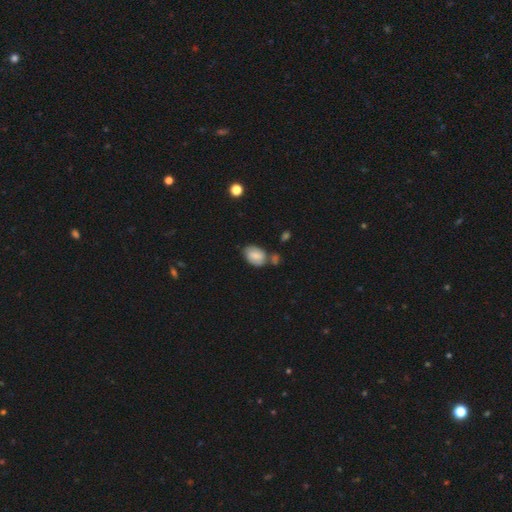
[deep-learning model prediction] smooth 64%, featured or disk 27%, star or artifact 8%. Down the decision tree: how rounded — in between (81%); merging — none (51%).